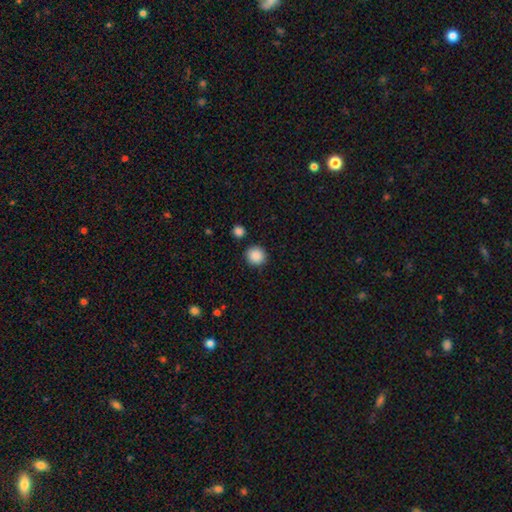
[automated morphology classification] The model was most divided on "smooth or featured": smooth: 89%, star or artifact: 8%, featured or disk: 3%. More confident: how rounded — round (91%); merging — none (89%).